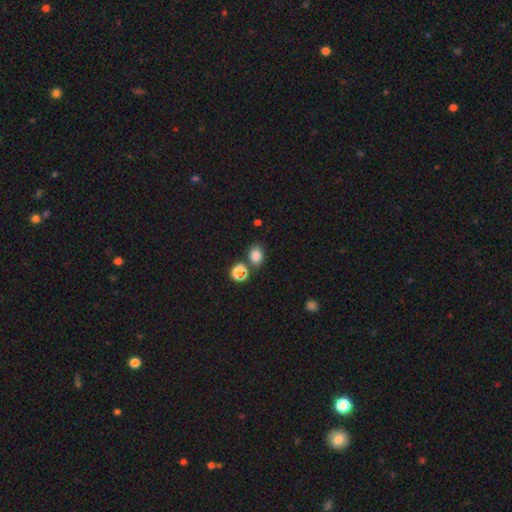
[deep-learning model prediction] This appears to be a smooth galaxy with no disk features (80%) that is in between round and cigar-shaped (52%). Merging: none (73%).